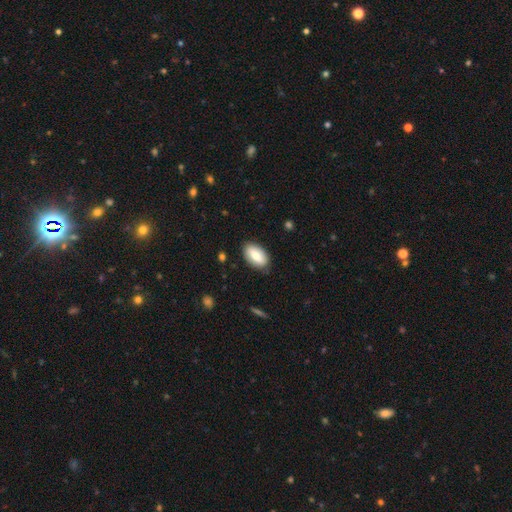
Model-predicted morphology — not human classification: A smooth galaxy with no disk features (74%) that is in between round and cigar-shaped (93%).

Vote fractions:
- Smooth or featured? smooth: 74% / featured or disk: 20% / star or artifact: 6%
- How rounded? in between: 93% / round: 4% / cigar-shaped: 3%
- Merging? none: 83% / minor disturbance: 13% / major disturbance: 3% / merger: 1%